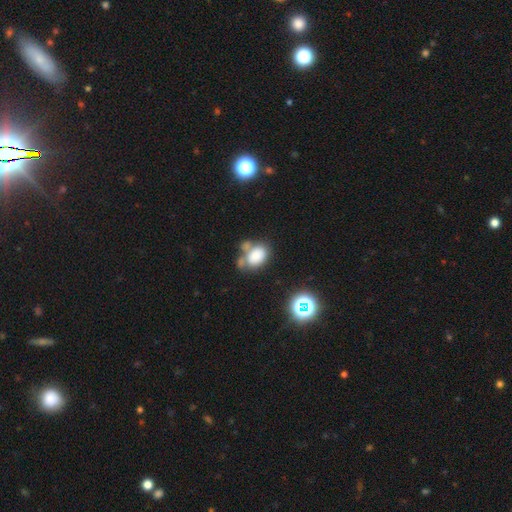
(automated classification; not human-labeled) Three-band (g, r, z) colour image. It shows a smooth galaxy with no disk features (79%) that is in between round and cigar-shaped (77%). Merging: none (40%).